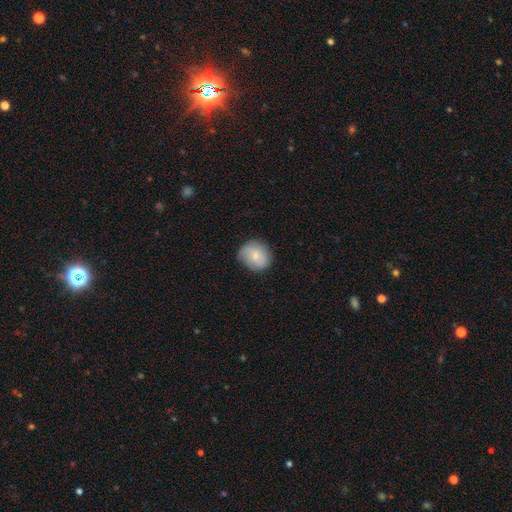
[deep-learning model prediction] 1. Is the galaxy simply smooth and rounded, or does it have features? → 67% smooth, 26% featured or disk, 7% star or artifact.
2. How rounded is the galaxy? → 74% round, 25% in between, 1% cigar-shaped.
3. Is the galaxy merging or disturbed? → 72% none, 22% minor disturbance, 6% major disturbance, 1% merger.